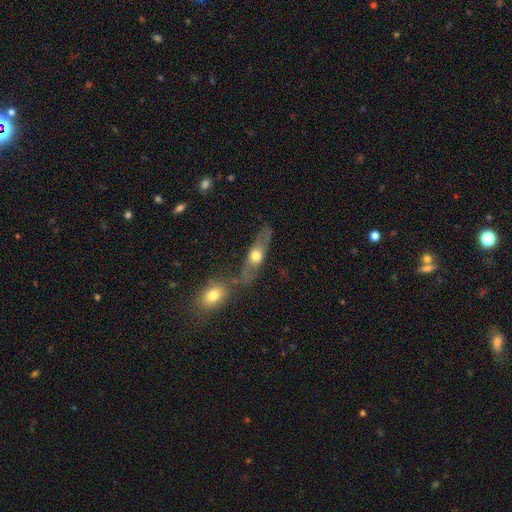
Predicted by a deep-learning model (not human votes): Smooth or featured: featured or disk — 54% (smooth — 38%)
Edge-on disk: yes — 57% (no — 43%)
Merging: none — 62% (merger — 16%)